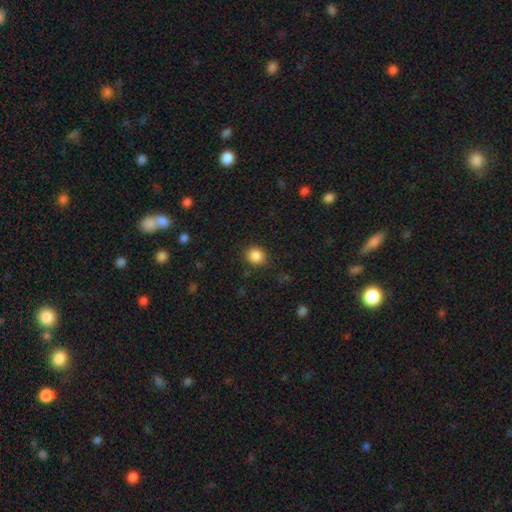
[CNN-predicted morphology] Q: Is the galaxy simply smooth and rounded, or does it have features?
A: smooth — 87%.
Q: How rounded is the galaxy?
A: round — 79%.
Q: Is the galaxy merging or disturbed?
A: none — 87%.